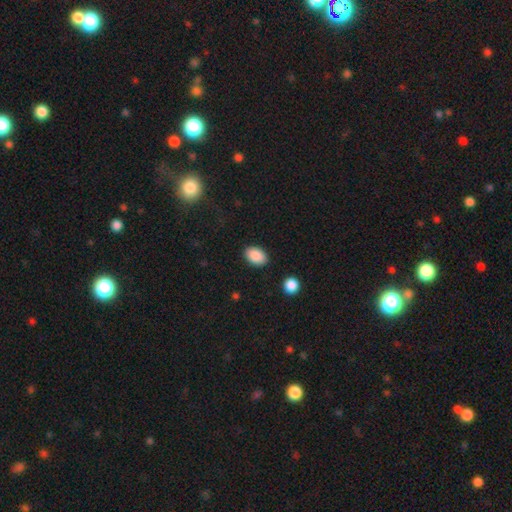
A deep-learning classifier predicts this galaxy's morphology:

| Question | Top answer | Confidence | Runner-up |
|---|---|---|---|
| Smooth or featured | smooth | 90% | star or artifact (7%) |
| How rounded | in between | 86% | round (13%) |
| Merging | none | 87% | minor disturbance (9%) |